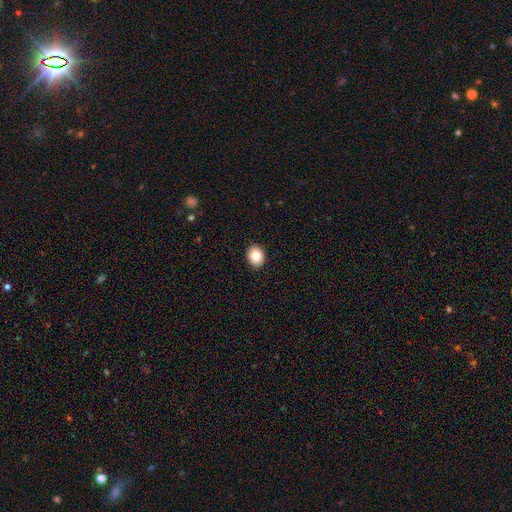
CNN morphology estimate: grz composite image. It shows a smooth galaxy with no disk features (82%) that is round (59%). Merging: none (92%).